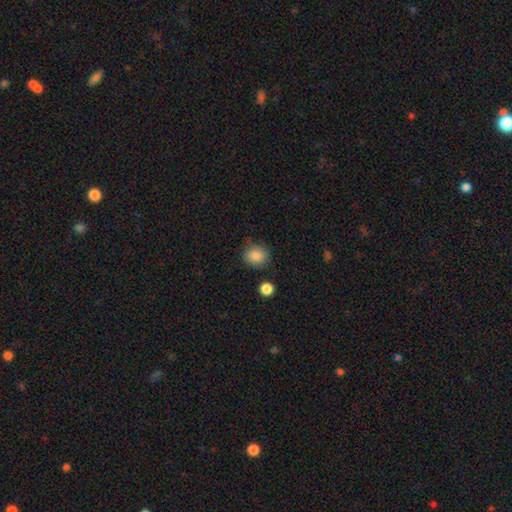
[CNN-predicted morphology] smooth 87%, star or artifact 9%, featured or disk 4%. Down the decision tree: how rounded — round (74%); merging — none (79%).